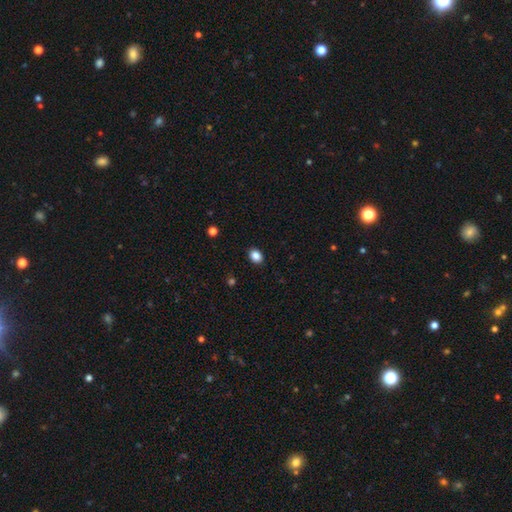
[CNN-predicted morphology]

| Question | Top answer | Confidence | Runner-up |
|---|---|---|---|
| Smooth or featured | smooth | 87% | star or artifact (10%) |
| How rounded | in between | 66% | round (33%) |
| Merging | none | 90% | minor disturbance (7%) |